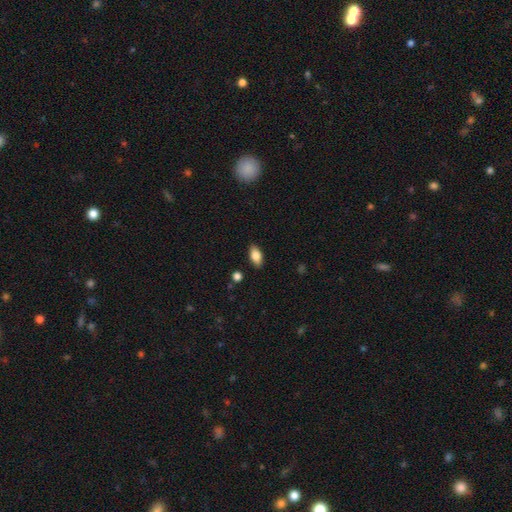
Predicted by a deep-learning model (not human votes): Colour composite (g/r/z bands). It shows a smooth galaxy with no disk features (80%) that is in between round and cigar-shaped (89%). Merging: none (87%).